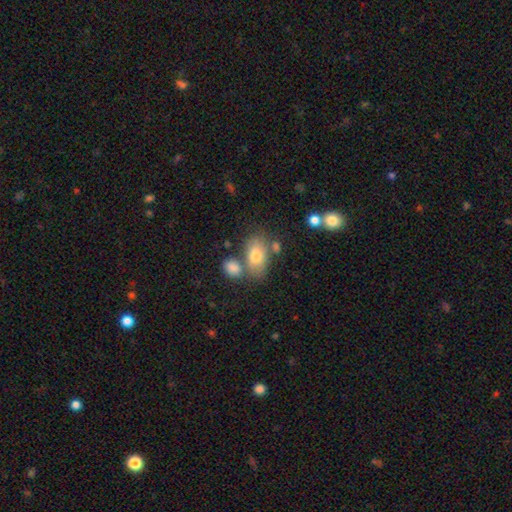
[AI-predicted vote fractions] The model was most divided on "merging": none: 55%, merger: 24%, minor disturbance: 16%, major disturbance: 6%. More confident: how rounded — in between (88%); smooth or featured — smooth (74%).